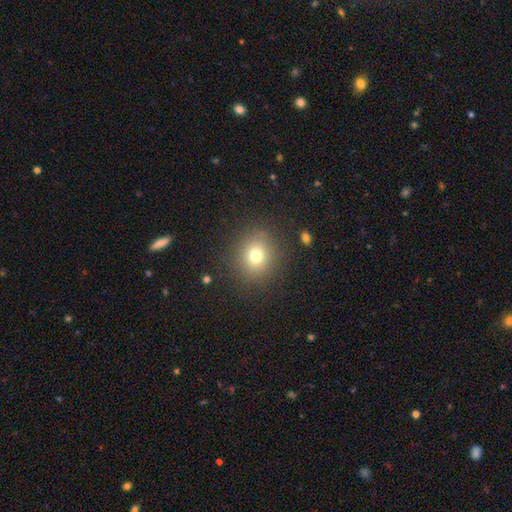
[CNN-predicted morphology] Smooth or featured: smooth — 74% (star or artifact — 15%)
How rounded: round — 83% (in between — 16%)
Merging: none — 87% (minor disturbance — 8%)